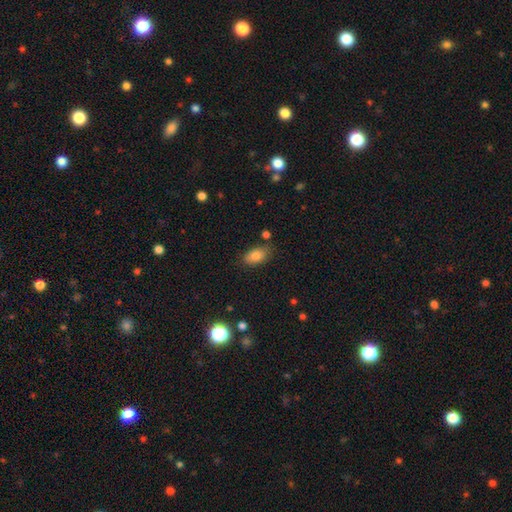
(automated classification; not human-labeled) Overall: smooth (80%). How rounded: in between (89%). Merging: none (79%).